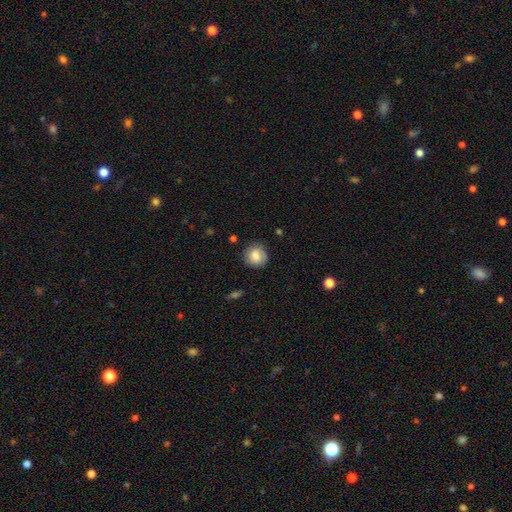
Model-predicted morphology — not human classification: The model was most divided on "smooth or featured": smooth: 76%, featured or disk: 16%, star or artifact: 8%. More confident: how rounded — round (87%); merging — none (82%).